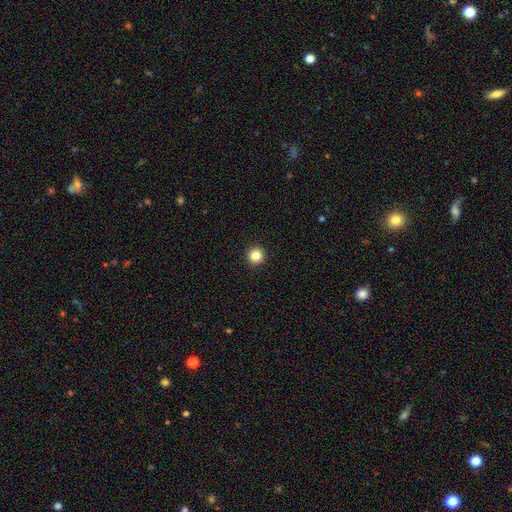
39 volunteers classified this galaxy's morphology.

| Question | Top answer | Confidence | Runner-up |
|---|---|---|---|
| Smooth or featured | smooth | 79% | featured or disk (13%) |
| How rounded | round | 97% | in between (3%) |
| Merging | none | 94% | minor disturbance (6%) |